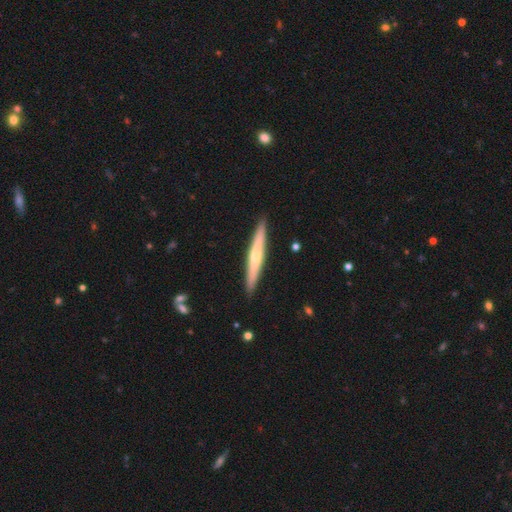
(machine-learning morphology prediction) Smooth or featured? Predicted: featured or disk (p=0.50). Edge-on disk? Predicted: yes (p=0.95). Merging? Predicted: none (p=0.91).